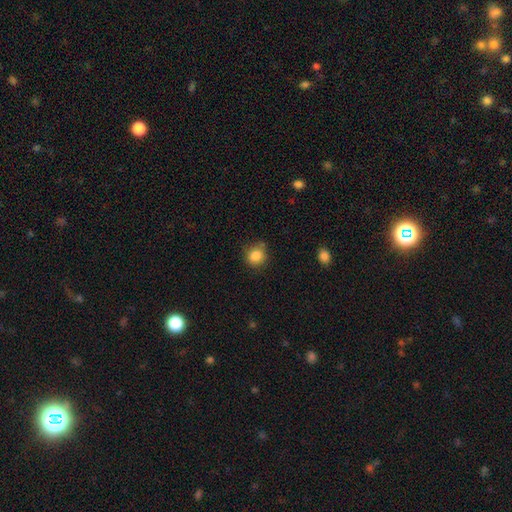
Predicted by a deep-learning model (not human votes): Smooth or featured? smooth (85%)
How rounded? round (87%)
Merging? none (76%)